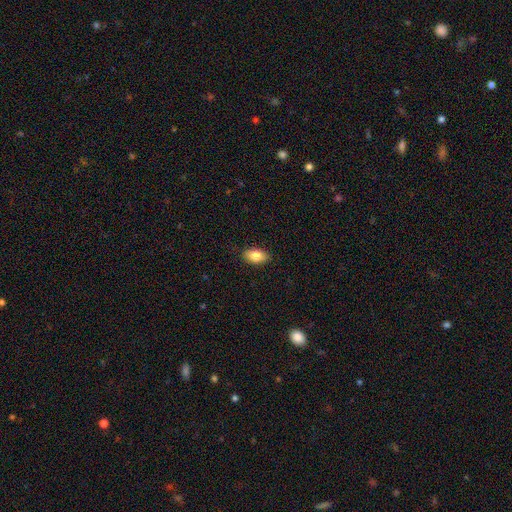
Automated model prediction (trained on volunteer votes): smooth 81%, featured or disk 11%, star or artifact 8%. Down the decision tree: how rounded — in between (90%); merging — none (88%).